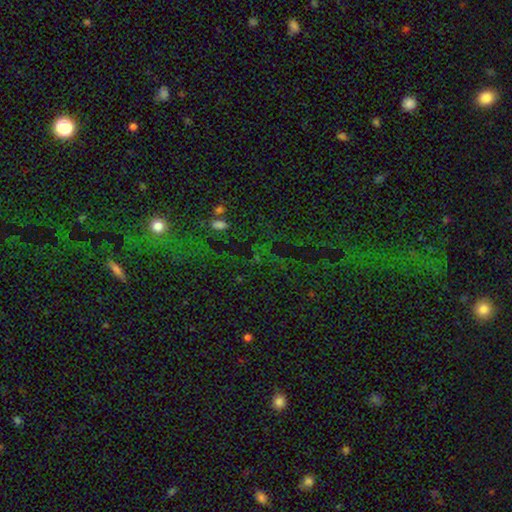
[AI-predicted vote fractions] smooth-or-featured: star or artifact: 71% | smooth: 17% | featured or disk: 12%